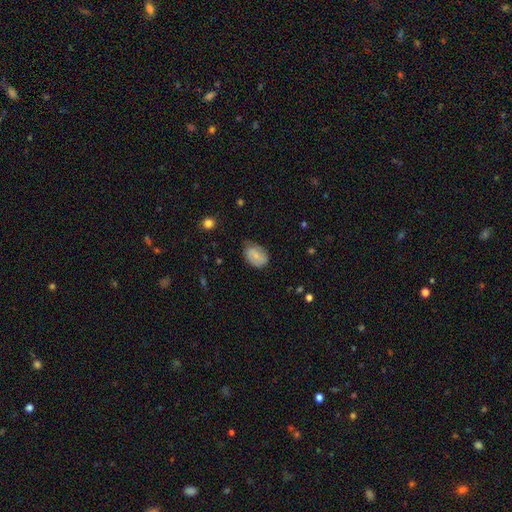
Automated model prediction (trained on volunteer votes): This appears to be a smooth galaxy with no disk features (66%) that is in between round and cigar-shaped (80%). Merging: none (64%).